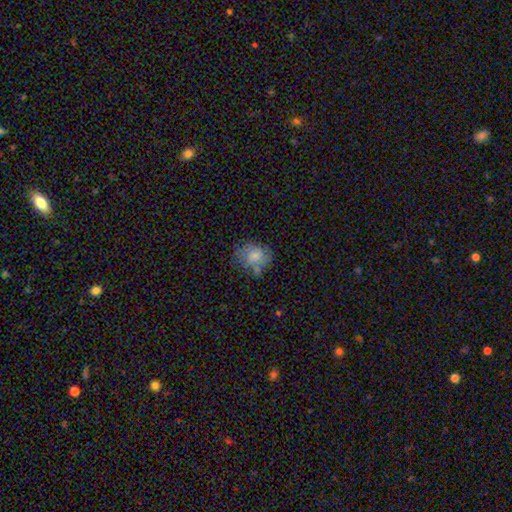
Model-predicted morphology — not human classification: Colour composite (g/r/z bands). It shows a smooth galaxy with no disk features (68%) that is in between round and cigar-shaped (50%). Merging: none (61%).